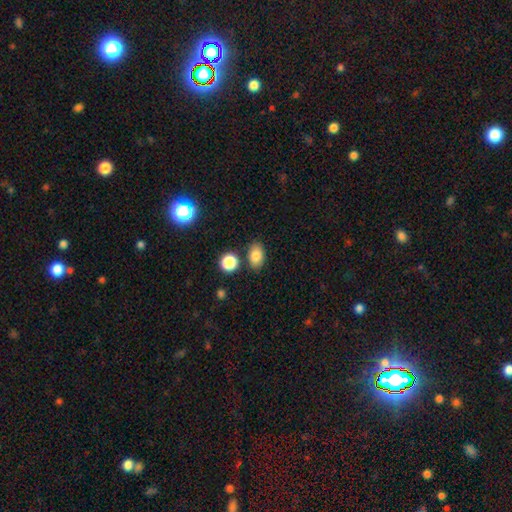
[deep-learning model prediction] Q: Smooth or featured?
A: smooth (82%); runner-up: star or artifact (10%)
Q: How rounded?
A: in between (81%); runner-up: round (17%)
Q: Merging?
A: none (81%); runner-up: minor disturbance (10%)